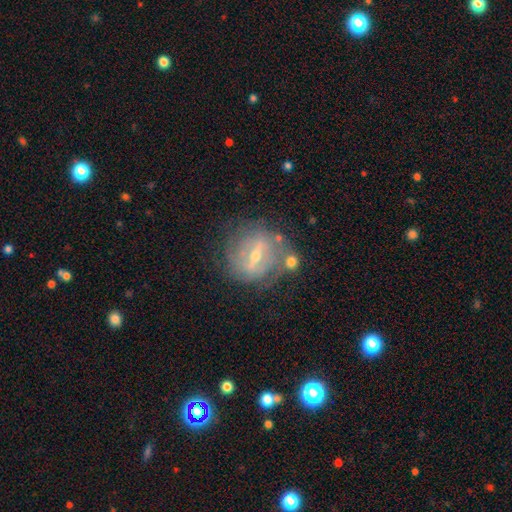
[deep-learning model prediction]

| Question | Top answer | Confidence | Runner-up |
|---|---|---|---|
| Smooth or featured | featured or disk | 74% | smooth (17%) |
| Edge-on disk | no | 88% | yes (12%) |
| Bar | strong | 53% | weak (35%) |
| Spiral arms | yes | 53% | no (47%) |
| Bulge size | small | 49% | moderate (47%) |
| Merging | none | 62% | minor disturbance (19%) |